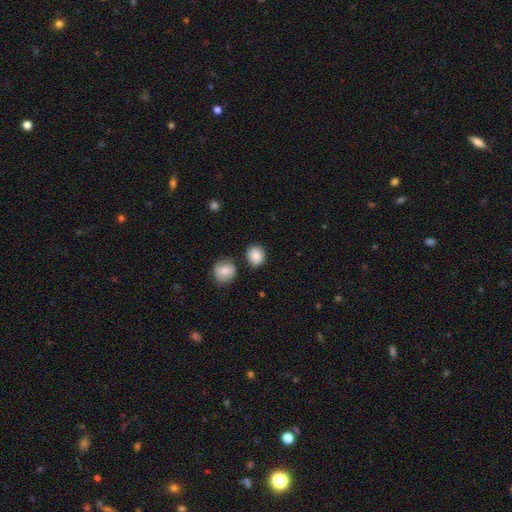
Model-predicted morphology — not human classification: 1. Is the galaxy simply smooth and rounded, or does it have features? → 87% smooth, 7% star or artifact, 5% featured or disk.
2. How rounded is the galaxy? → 72% round, 27% in between, 1% cigar-shaped.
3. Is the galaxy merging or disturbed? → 79% none, 11% minor disturbance, 7% merger, 3% major disturbance.